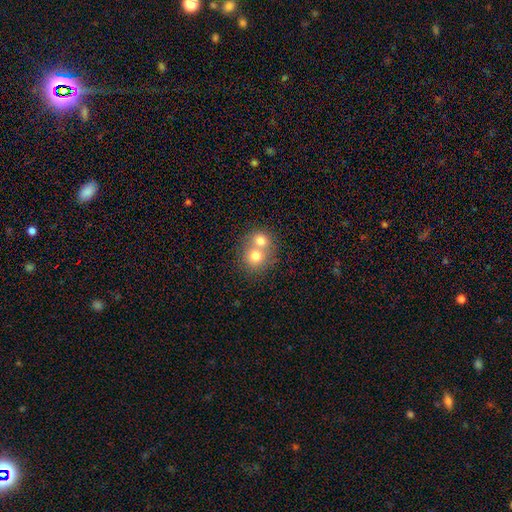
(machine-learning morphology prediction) Overall: smooth (72%). How rounded: round (81%). Merging: merger (63%; none 30%).